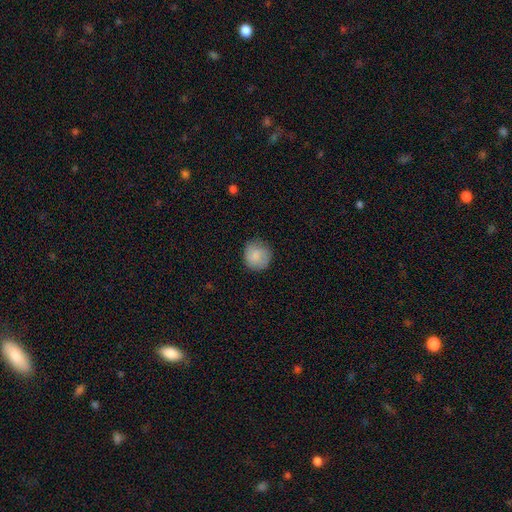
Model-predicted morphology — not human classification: The model was most divided on "merging": none: 81%, minor disturbance: 15%, major disturbance: 3%, merger: 1%. More confident: how rounded — round (90%); smooth or featured — smooth (83%).